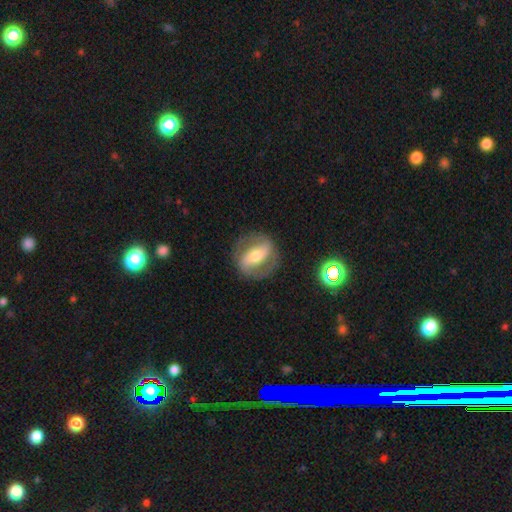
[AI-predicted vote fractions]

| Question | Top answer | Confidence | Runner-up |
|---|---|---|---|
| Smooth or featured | featured or disk | 70% | smooth (23%) |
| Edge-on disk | no | 93% | yes (7%) |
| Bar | strong | 55% | weak (27%) |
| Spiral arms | yes | 71% | no (29%) |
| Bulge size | moderate | 62% | small (26%) |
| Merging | none | 80% | minor disturbance (12%) |